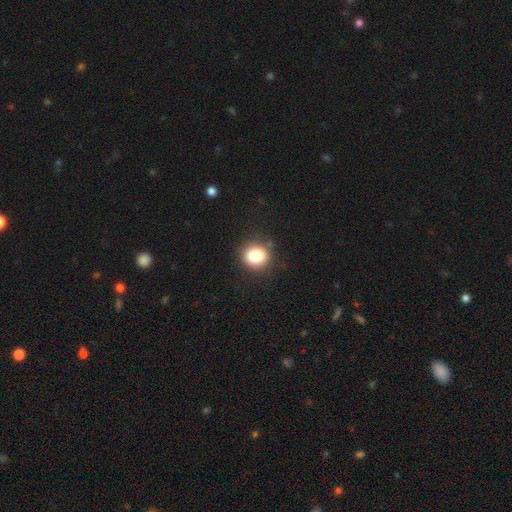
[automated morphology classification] A smooth galaxy with no disk features (83%) that is round (83%). Merging: none (85%).